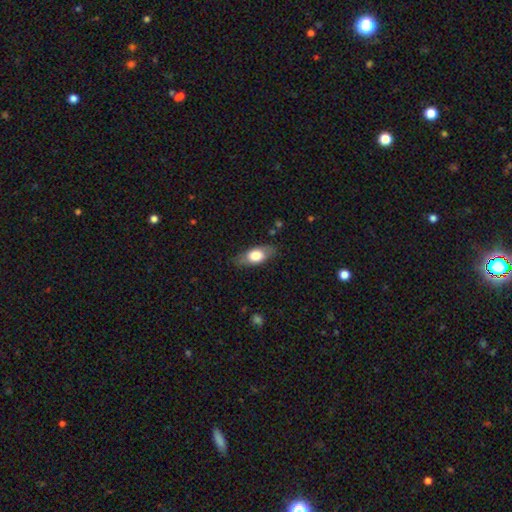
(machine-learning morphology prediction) Smooth or featured? Predicted: smooth (p=0.67). How rounded? Predicted: in between (p=0.82). Merging? Predicted: none (p=0.80).